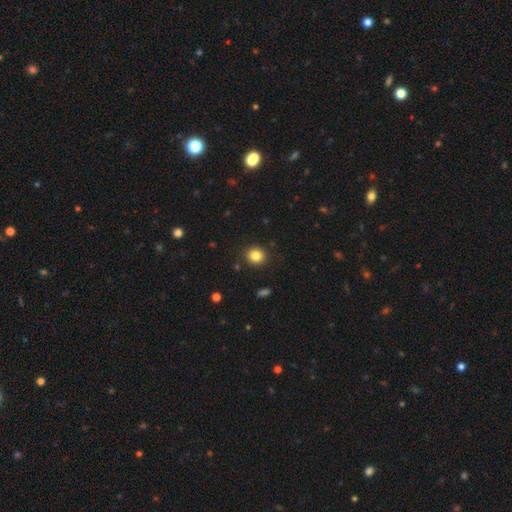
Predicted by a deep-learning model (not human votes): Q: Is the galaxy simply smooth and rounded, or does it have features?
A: smooth — 84%.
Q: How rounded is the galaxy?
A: round — 83%.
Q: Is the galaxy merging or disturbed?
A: none — 89%.